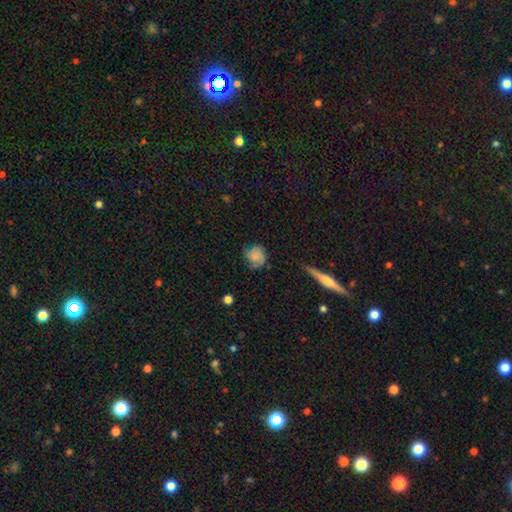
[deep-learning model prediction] smooth 54%, featured or disk 37%, star or artifact 10%. Down the decision tree: how rounded — round (70%); merging — none (54%).